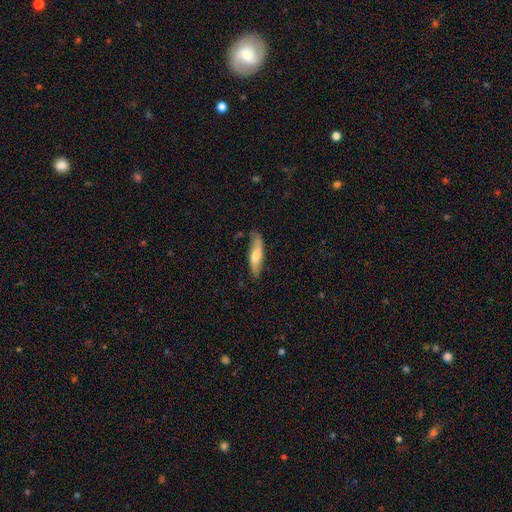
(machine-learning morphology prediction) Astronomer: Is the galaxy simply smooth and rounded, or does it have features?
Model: smooth — 55% (runner-up: featured or disk, 39%).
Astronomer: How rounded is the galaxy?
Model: cigar-shaped — 69%.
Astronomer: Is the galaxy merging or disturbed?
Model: none — 73%.